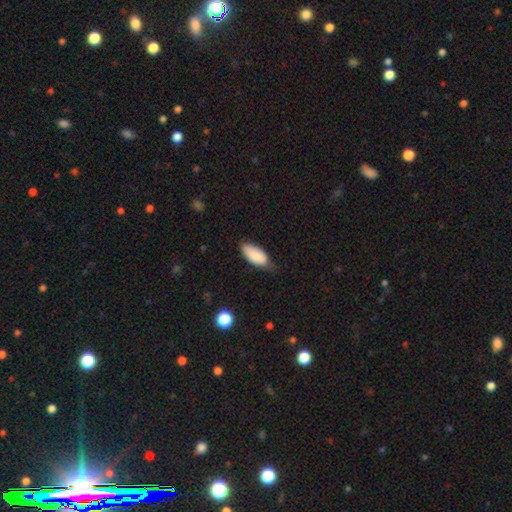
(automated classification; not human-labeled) This is clearly a smooth galaxy (84%). How rounded: clearly in between (92%). Merging: likely none (61%).